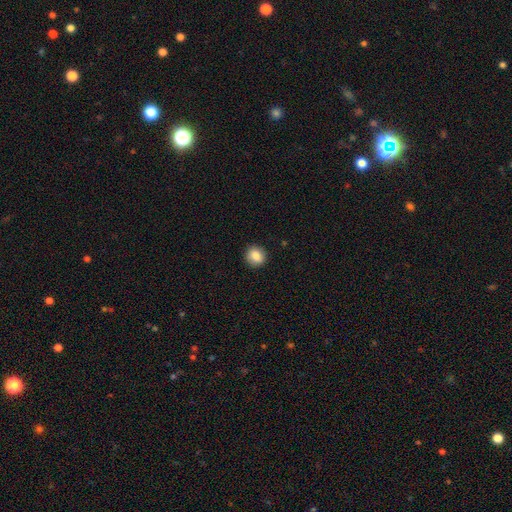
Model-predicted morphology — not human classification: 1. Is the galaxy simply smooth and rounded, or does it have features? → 85% smooth, 9% star or artifact, 6% featured or disk.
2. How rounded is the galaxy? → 82% round, 17% in between, 1% cigar-shaped.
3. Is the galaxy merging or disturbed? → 91% none, 6% minor disturbance, 2% major disturbance, 1% merger.